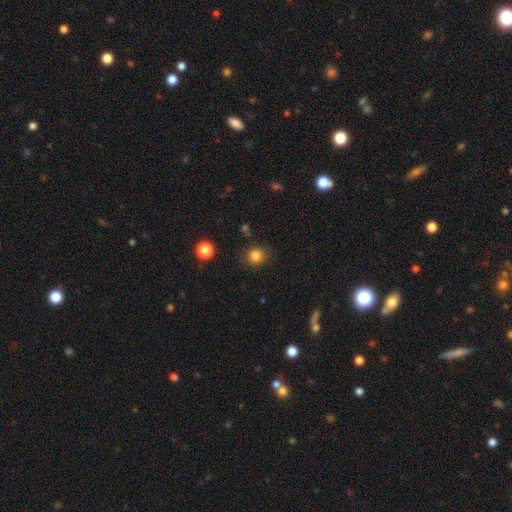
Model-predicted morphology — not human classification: Overall: smooth (83%). How rounded: round (87%). Merging: none (85%).